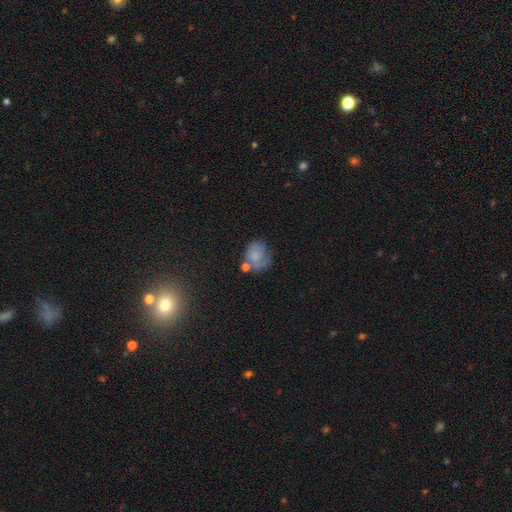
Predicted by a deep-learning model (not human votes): This is possibly a smooth galaxy (56%). How rounded: likely round (66%). Merging: marginally none (44%).